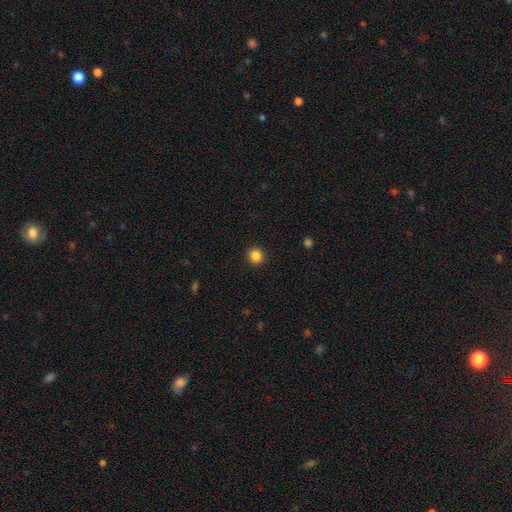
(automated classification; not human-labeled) A smooth galaxy with no disk features (85%) that is round (90%). Merging: none (92%).